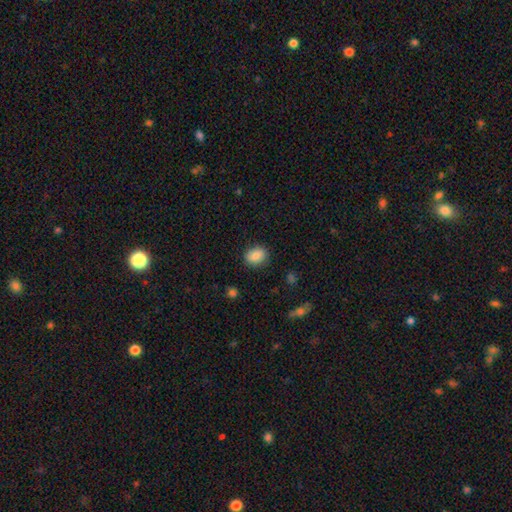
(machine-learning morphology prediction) Q: Smooth or featured?
A: smooth (85%); runner-up: star or artifact (8%)
Q: How rounded?
A: in between (60%); runner-up: round (38%)
Q: Merging?
A: none (84%); runner-up: minor disturbance (12%)